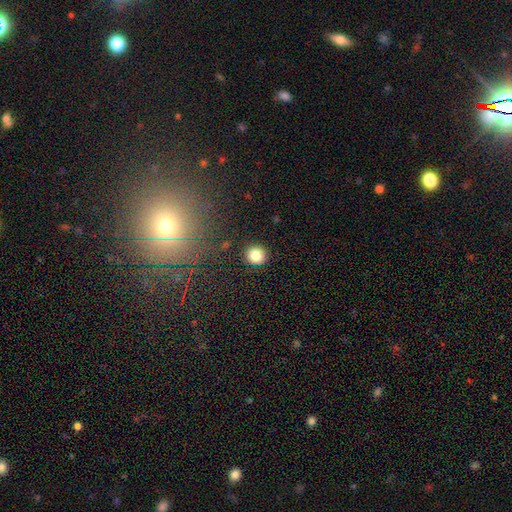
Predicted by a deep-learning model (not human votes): This is clearly a smooth galaxy (83%). How rounded: clearly round (93%). Merging: clearly none (91%).